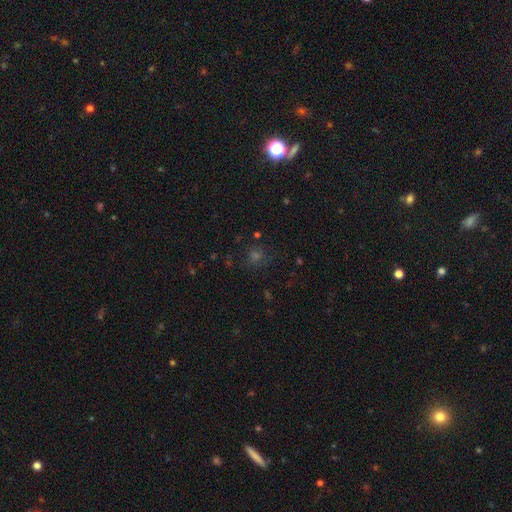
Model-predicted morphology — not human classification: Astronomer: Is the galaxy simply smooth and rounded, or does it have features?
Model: star or artifact — 46% (runner-up: smooth, 43%).